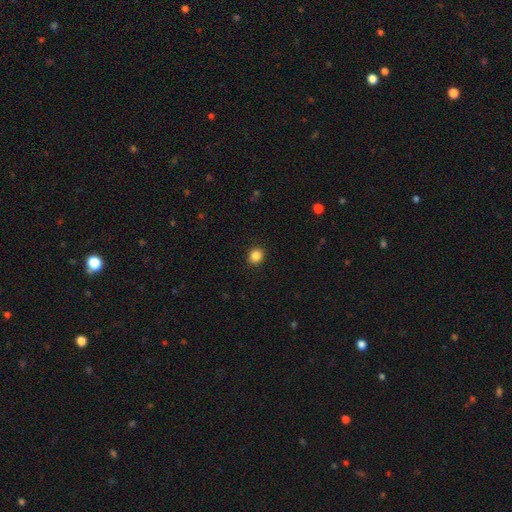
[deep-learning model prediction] A smooth galaxy with no disk features (86%) that is round (78%). Merging: none (91%).